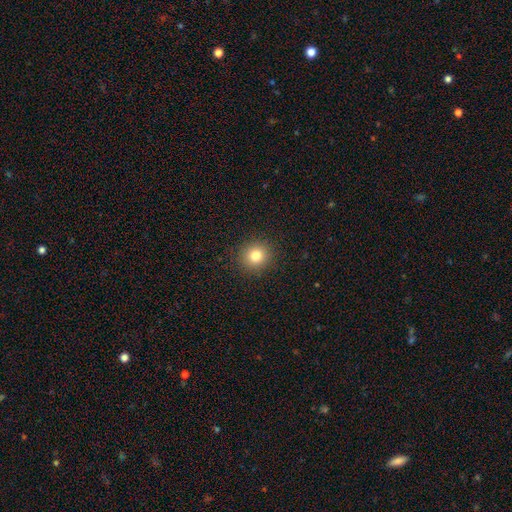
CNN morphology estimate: Smooth or featured? Predicted: smooth (p=0.81). How rounded? Predicted: round (p=0.91). Merging? Predicted: none (p=0.92).